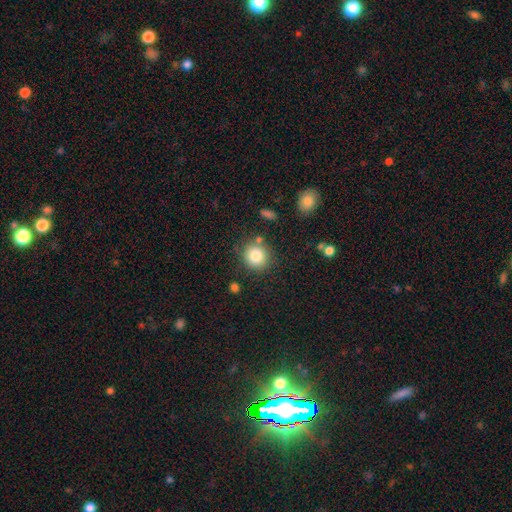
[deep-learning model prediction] Smooth or featured? Predicted: smooth (p=0.82). How rounded? Predicted: round (p=0.88). Merging? Predicted: none (p=0.80).